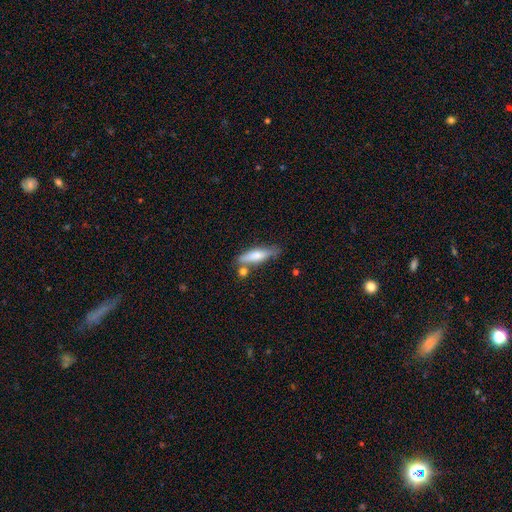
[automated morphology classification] Q: Smooth or featured?
A: smooth (68%); runner-up: featured or disk (26%)
Q: How rounded?
A: cigar-shaped (70%); runner-up: in between (28%)
Q: Merging?
A: none (64%); runner-up: minor disturbance (18%)